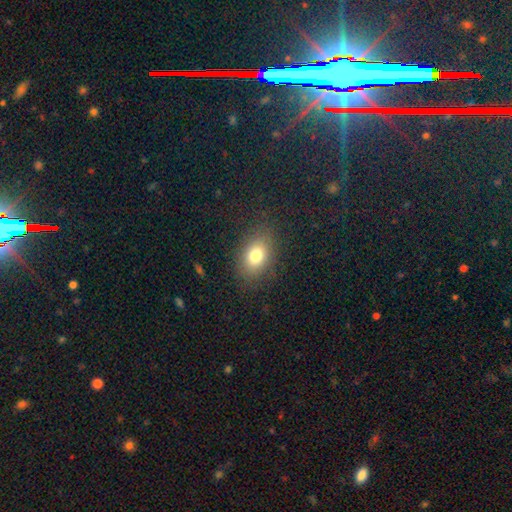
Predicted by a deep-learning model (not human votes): This is likely a smooth galaxy (78%). How rounded: likely in between (77%). Merging: clearly none (84%).